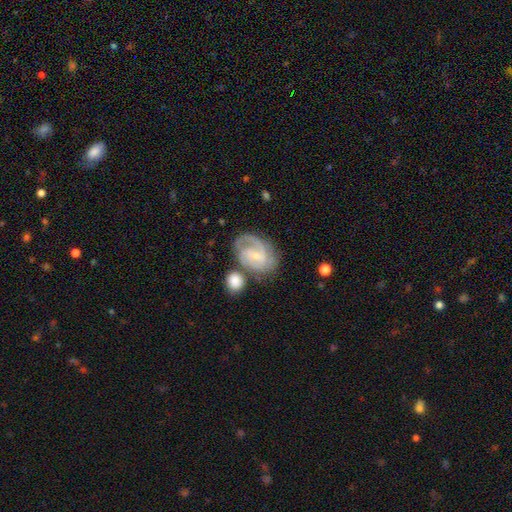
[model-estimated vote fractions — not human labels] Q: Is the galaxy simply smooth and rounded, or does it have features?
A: featured or disk — 81%.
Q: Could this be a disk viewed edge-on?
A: no — 97%.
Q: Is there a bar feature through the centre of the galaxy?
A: weak — 49%.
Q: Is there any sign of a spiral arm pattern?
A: yes — 95%.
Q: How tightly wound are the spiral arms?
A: tight — 49%.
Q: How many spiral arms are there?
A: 2 — 57%.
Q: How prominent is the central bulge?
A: small — 72%.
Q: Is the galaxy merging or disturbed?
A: none — 58%.